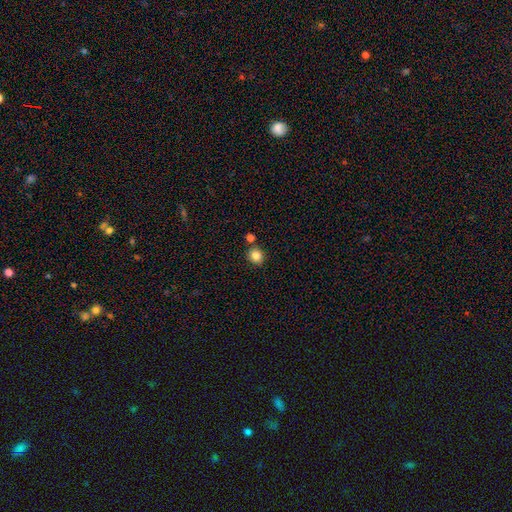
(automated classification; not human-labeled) This appears to be a smooth galaxy with no disk features (85%) that is round (87%). Merging: none (82%).